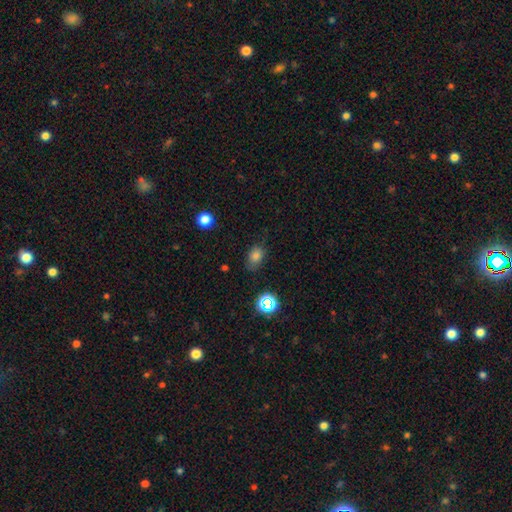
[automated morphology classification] A smooth galaxy with no disk features (78%) that is in between round and cigar-shaped (71%).

Vote fractions:
- Smooth or featured? smooth: 78% / star or artifact: 15% / featured or disk: 7%
- How rounded? in between: 71% / round: 27% / cigar-shaped: 1%
- Merging? none: 72% / minor disturbance: 21% / major disturbance: 5% / merger: 2%